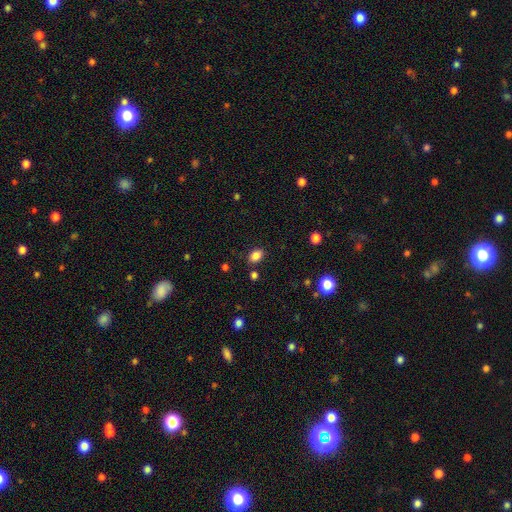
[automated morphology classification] smooth 85%, star or artifact 11%, featured or disk 5%. Down the decision tree: how rounded — in between (79%); merging — none (82%).